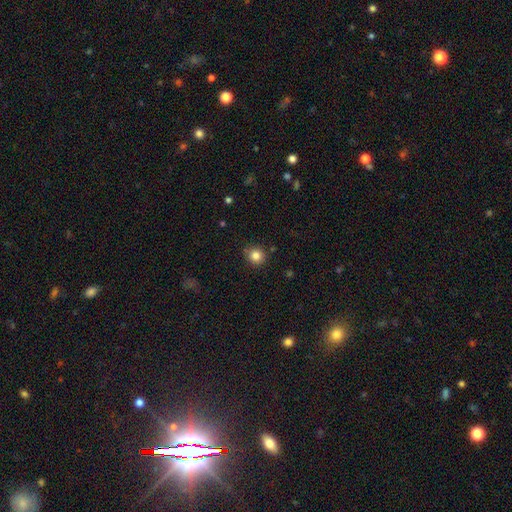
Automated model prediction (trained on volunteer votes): The model was most divided on "smooth or featured": smooth: 84%, star or artifact: 11%, featured or disk: 5%. More confident: how rounded — round (89%); merging — none (86%).